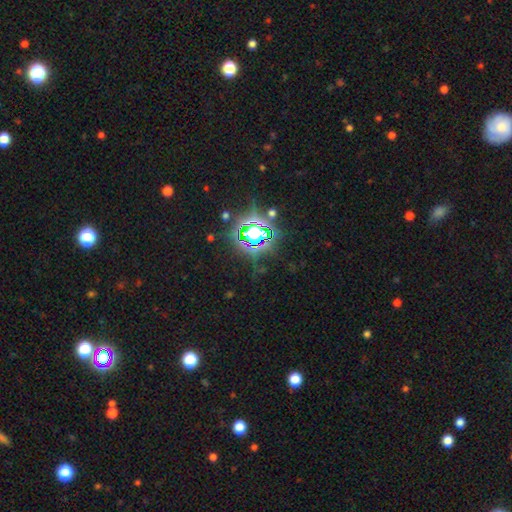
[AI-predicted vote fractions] Q: Smooth or featured?
A: star or artifact (83%); runner-up: smooth (11%)